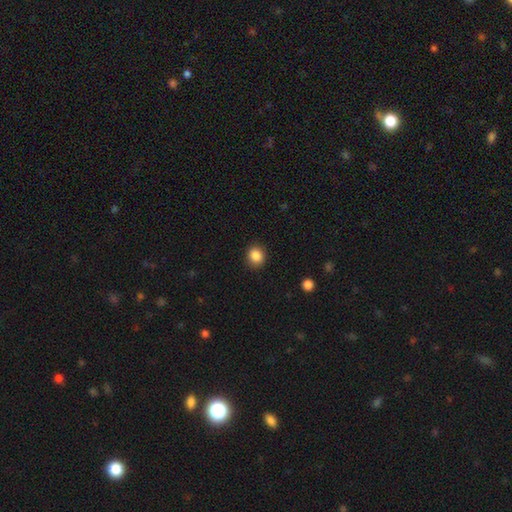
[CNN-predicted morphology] Q: Smooth or featured?
A: smooth (86%); runner-up: star or artifact (10%)
Q: How rounded?
A: round (78%); runner-up: in between (21%)
Q: Merging?
A: none (89%); runner-up: minor disturbance (7%)